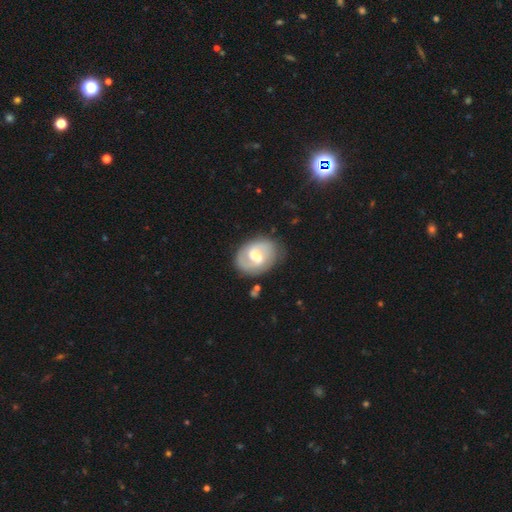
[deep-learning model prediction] Morphology: type=featured or disk (67%); edge-on=no (97%); bar=weak (57%); spiral arms=yes (78%); winding=medium (45%); arm count=2 (80%); bulge=moderate (61%); merging=none (74%).